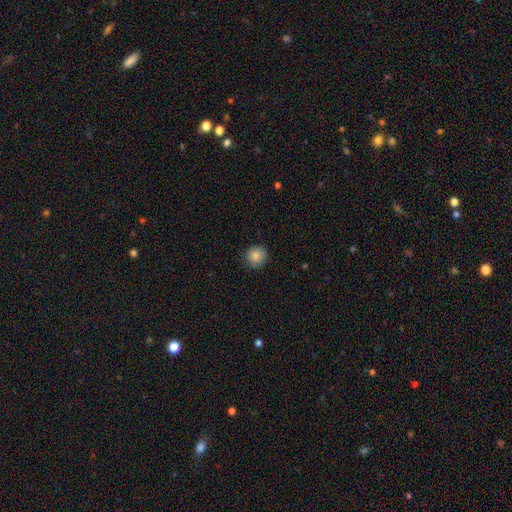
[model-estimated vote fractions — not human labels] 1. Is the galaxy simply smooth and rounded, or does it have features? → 84% smooth, 9% star or artifact, 6% featured or disk.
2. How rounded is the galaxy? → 90% round, 10% in between, 1% cigar-shaped.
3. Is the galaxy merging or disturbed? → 85% none, 11% minor disturbance, 2% major disturbance, 1% merger.